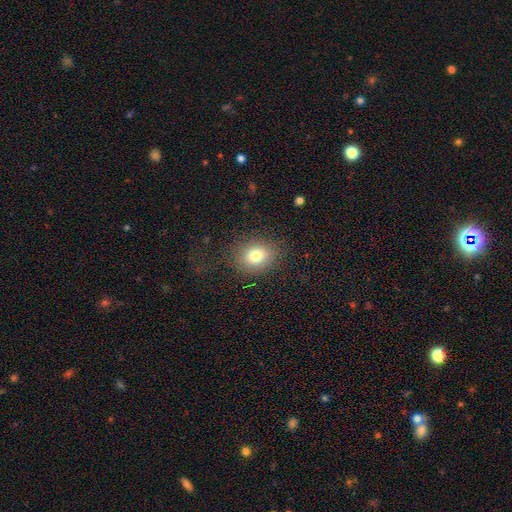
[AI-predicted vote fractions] smooth_or_featured: smooth (p=0.79) [alt: star or artifact p=0.12]
how_rounded: round (p=0.58) [alt: in between p=0.41]
merging: none (p=0.81) [alt: minor disturbance p=0.11]